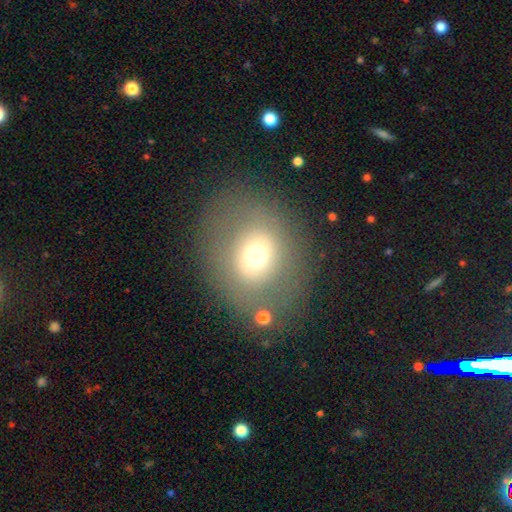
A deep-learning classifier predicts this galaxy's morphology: A smooth galaxy with no disk features (63%) that is round (66%).

Vote fractions:
- Smooth or featured? smooth: 63% / featured or disk: 21% / star or artifact: 16%
- How rounded? round: 66% / in between: 33% / cigar-shaped: 1%
- Merging? none: 77% / minor disturbance: 11% / major disturbance: 8% / merger: 4%